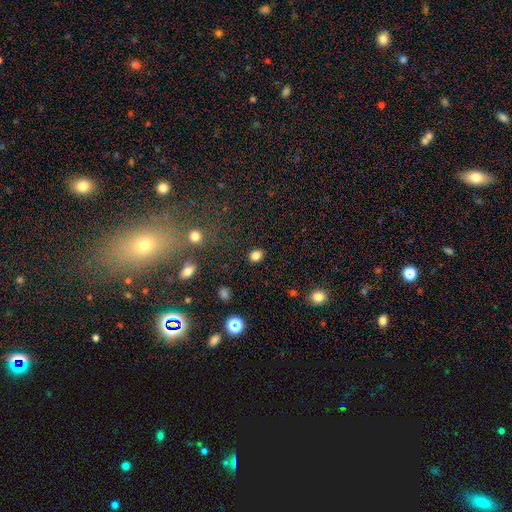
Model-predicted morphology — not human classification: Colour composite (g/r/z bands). It shows a smooth galaxy with no disk features (82%) that is round (60%). Merging: none (88%).